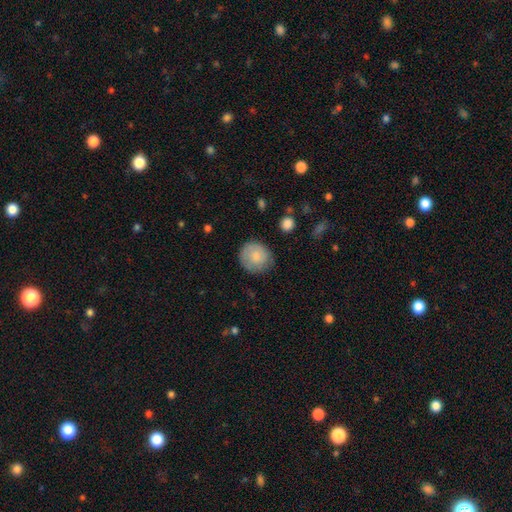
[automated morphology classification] Smooth or featured?
  - smooth: 76% *
  - featured or disk: 17%
  - star or artifact: 7%
How rounded?
  - round: 88% *
  - in between: 11%
  - cigar-shaped: 1%
Merging?
  - none: 78% *
  - minor disturbance: 16%
  - major disturbance: 4%
  - merger: 1%